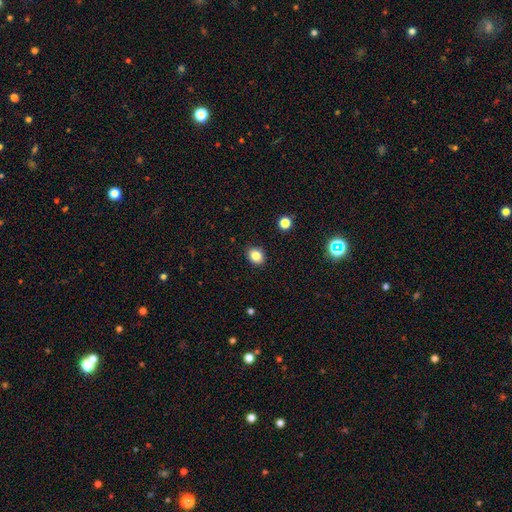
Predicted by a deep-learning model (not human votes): Smooth or featured? smooth (83%)
How rounded? round (58%)
Merging? none (90%)